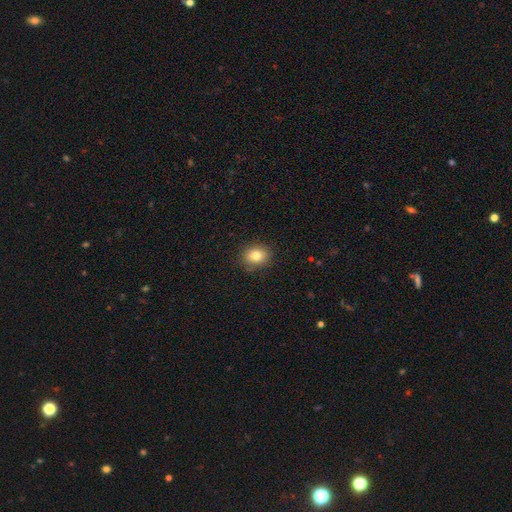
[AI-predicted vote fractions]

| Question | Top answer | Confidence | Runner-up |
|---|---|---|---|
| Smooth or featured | smooth | 80% | star or artifact (11%) |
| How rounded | round | 62% | in between (37%) |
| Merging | none | 85% | minor disturbance (11%) |